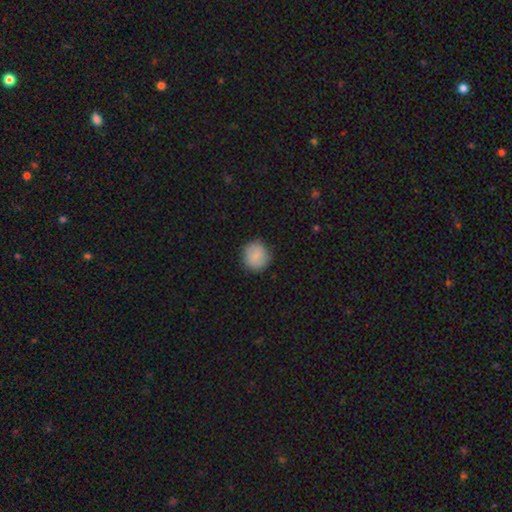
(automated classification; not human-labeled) Smooth or featured: smooth — 82% (featured or disk — 11%)
How rounded: round — 90% (in between — 9%)
Merging: none — 84% (minor disturbance — 13%)